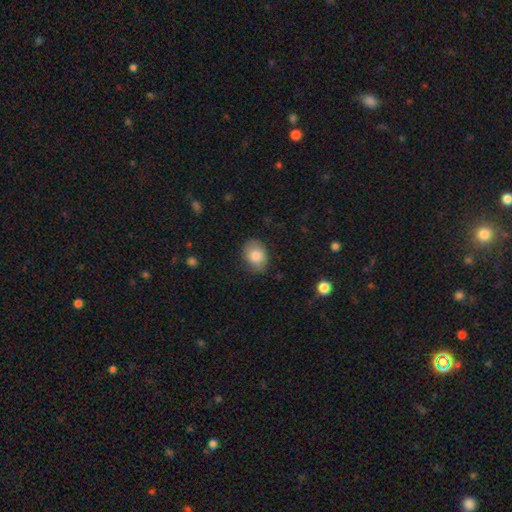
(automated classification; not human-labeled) This appears to be a smooth galaxy with no disk features (82%) that is in between round and cigar-shaped (71%). Merging: none (78%).